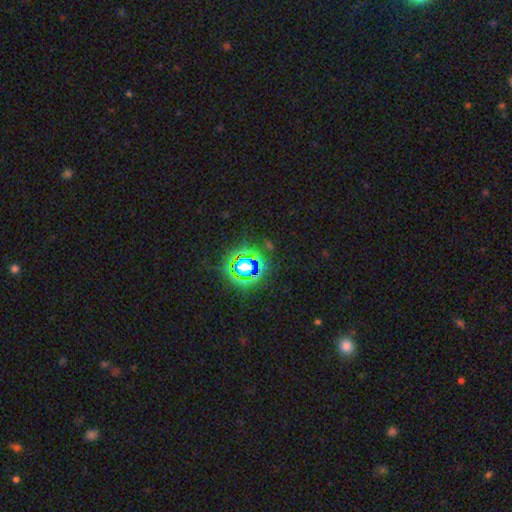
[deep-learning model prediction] Q: Smooth or featured?
A: star or artifact (78%); runner-up: smooth (15%)